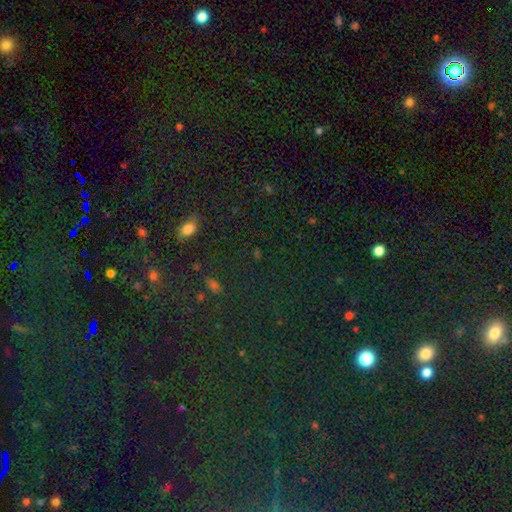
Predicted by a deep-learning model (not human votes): star or artifact 65%, smooth 26%, featured or disk 9%.